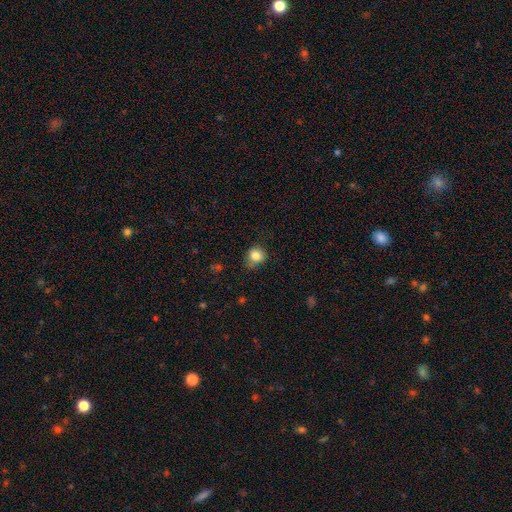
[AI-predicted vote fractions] smooth-or-featured: smooth: 84% | star or artifact: 10% | featured or disk: 6%
  how-rounded: round: 84% | in between: 15% | cigar-shaped: 1%
  merging: none: 72% | minor disturbance: 21% | major disturbance: 4% | merger: 2%